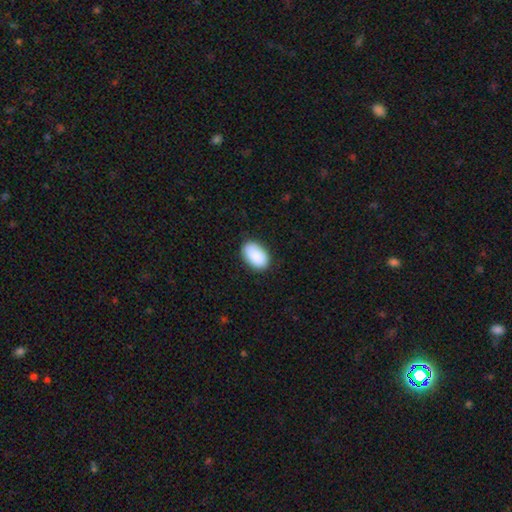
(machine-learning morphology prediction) smooth_or_featured: smooth (p=0.90) [alt: star or artifact p=0.06]
how_rounded: in between (p=0.93) [alt: round p=0.06]
merging: none (p=0.86) [alt: minor disturbance p=0.11]